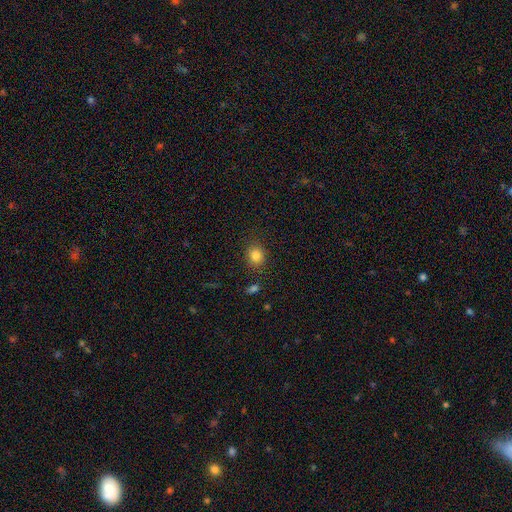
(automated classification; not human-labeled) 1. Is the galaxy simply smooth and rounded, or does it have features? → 84% smooth, 11% star or artifact, 5% featured or disk.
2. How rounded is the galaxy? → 71% round, 28% in between, 1% cigar-shaped.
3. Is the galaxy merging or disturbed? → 85% none, 10% minor disturbance, 3% major disturbance, 3% merger.